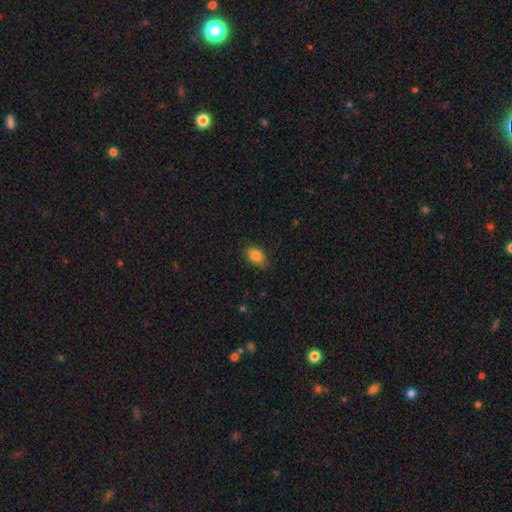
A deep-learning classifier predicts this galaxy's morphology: Smooth or featured? smooth (85%)
How rounded? in between (87%)
Merging? none (82%)